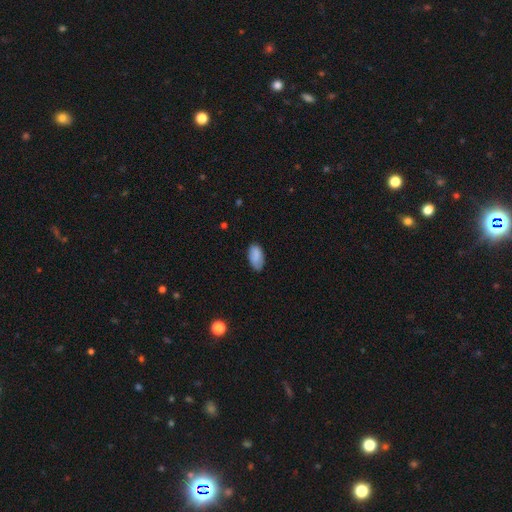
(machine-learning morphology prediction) smooth 84%, featured or disk 9%, star or artifact 7%. Down the decision tree: how rounded — in between (94%); merging — none (77%).